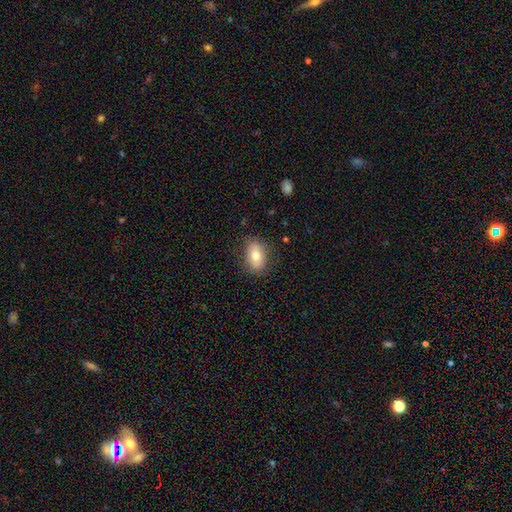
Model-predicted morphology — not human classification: smooth-or-featured: smooth: 75% | featured or disk: 17% | star or artifact: 8%
  how-rounded: in between: 86% | round: 12% | cigar-shaped: 3%
  merging: none: 82% | minor disturbance: 13% | major disturbance: 3% | merger: 1%